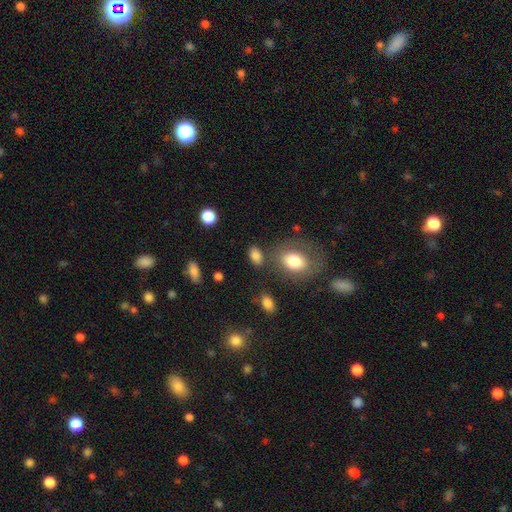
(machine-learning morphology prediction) Q: Smooth or featured?
A: smooth (82%); runner-up: star or artifact (11%)
Q: How rounded?
A: in between (85%); runner-up: round (13%)
Q: Merging?
A: none (73%); runner-up: minor disturbance (14%)